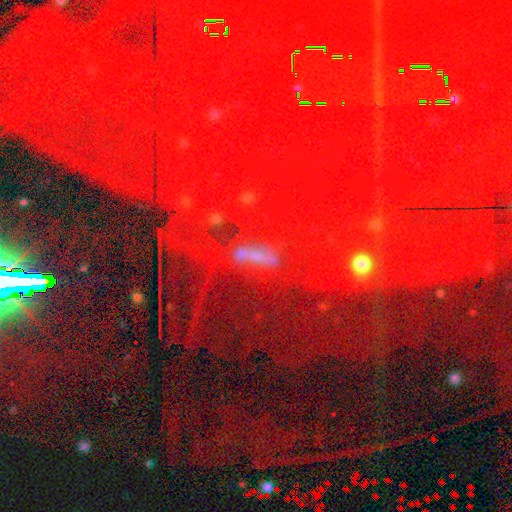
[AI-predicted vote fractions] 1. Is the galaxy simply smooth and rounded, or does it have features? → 62% star or artifact, 19% smooth, 18% featured or disk.